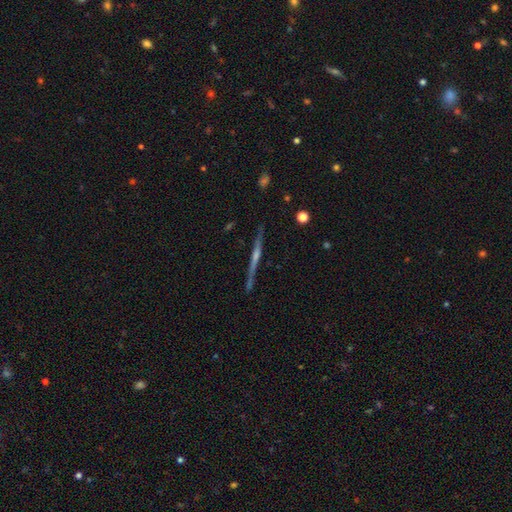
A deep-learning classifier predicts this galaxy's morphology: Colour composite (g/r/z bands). It shows a featured or disk galaxy (75%) viewed edge-on (97%) with a rounded central bulge (67%). Merging: none (87%).